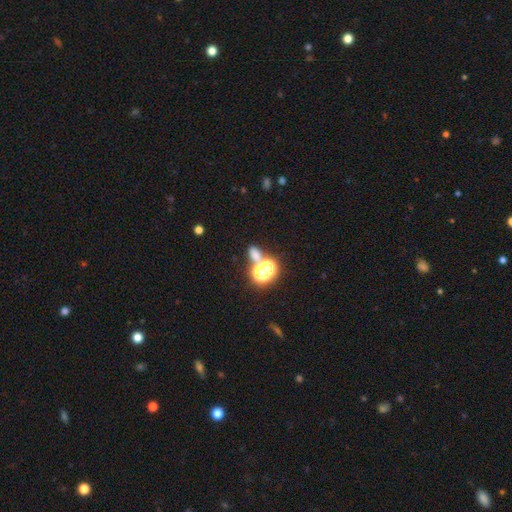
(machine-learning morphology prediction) This appears to be a smooth galaxy with no disk features (54%) that is in between round and cigar-shaped (62%). Merging: none (50%).